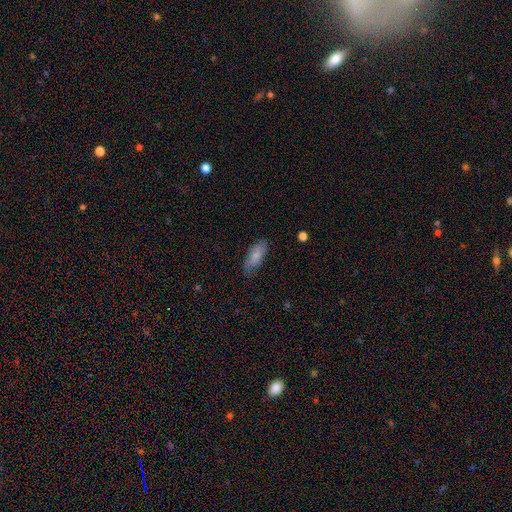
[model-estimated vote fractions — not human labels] A smooth galaxy with no disk features (78%) that is in between round and cigar-shaped (77%). Merging: none (75%).